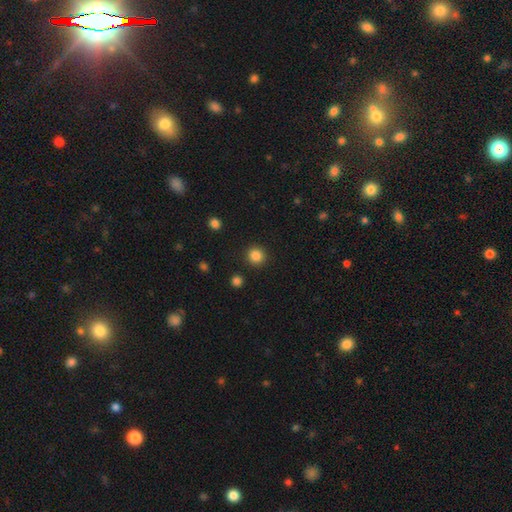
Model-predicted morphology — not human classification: type=smooth (85%); roundness=round (94%); merging=none (91%).